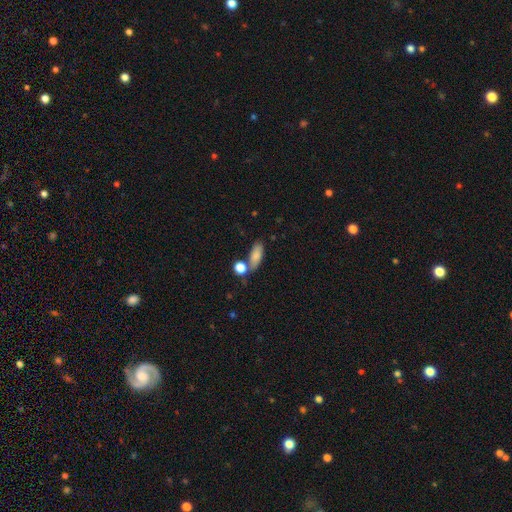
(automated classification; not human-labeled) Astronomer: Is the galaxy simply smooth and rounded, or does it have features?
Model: smooth — 83%.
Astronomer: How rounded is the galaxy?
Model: in between — 77%.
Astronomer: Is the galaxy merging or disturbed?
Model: none — 57%.